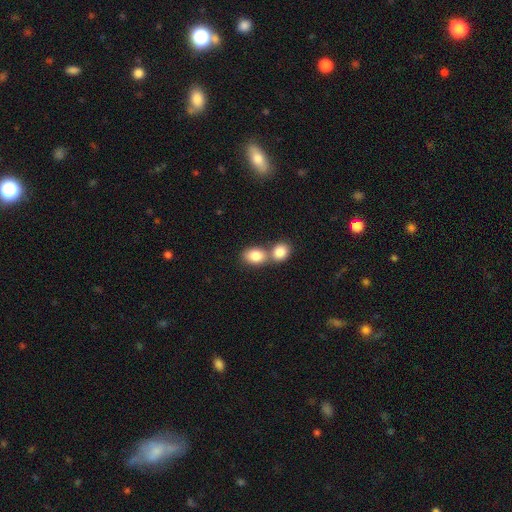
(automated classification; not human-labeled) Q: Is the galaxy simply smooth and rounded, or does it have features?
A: smooth — 84%.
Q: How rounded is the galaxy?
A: in between — 68%.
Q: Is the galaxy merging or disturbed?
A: merger — 57%.